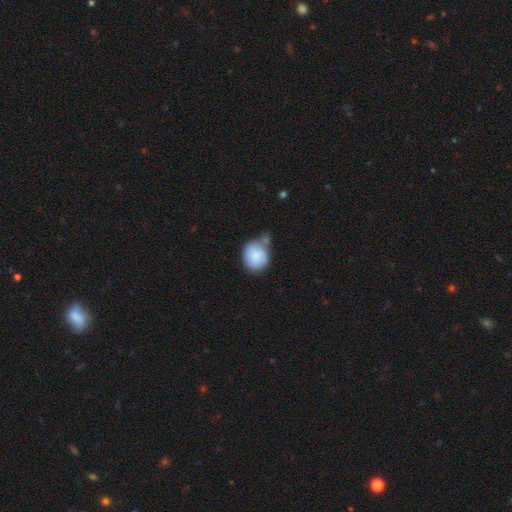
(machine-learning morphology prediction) Smooth or featured: smooth — 84% (featured or disk — 9%)
How rounded: round — 63% (in between — 36%)
Merging: none — 37% (minor disturbance — 27%)